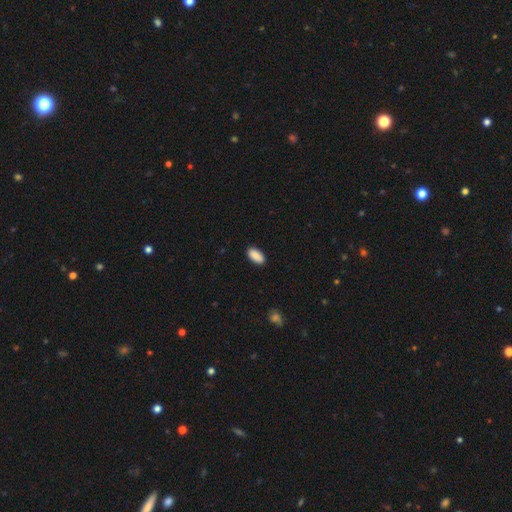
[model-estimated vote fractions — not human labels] A smooth galaxy with no disk features (90%) that is in between round and cigar-shaped (92%). Merging: none (89%).